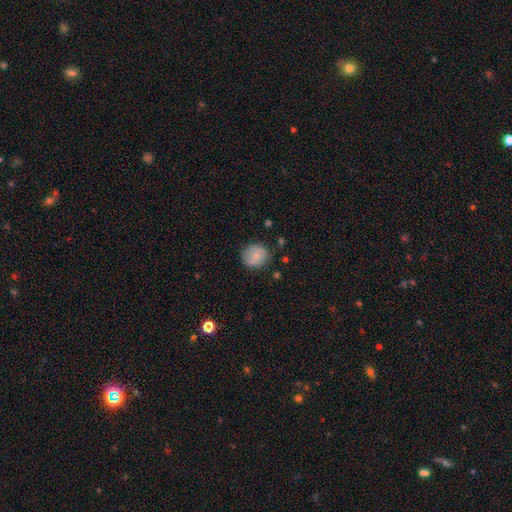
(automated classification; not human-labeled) Smooth or featured?
  - smooth: 79% *
  - featured or disk: 14%
  - star or artifact: 8%
How rounded?
  - round: 83% *
  - in between: 16%
  - cigar-shaped: 1%
Merging?
  - none: 80% *
  - minor disturbance: 14%
  - major disturbance: 4%
  - merger: 2%